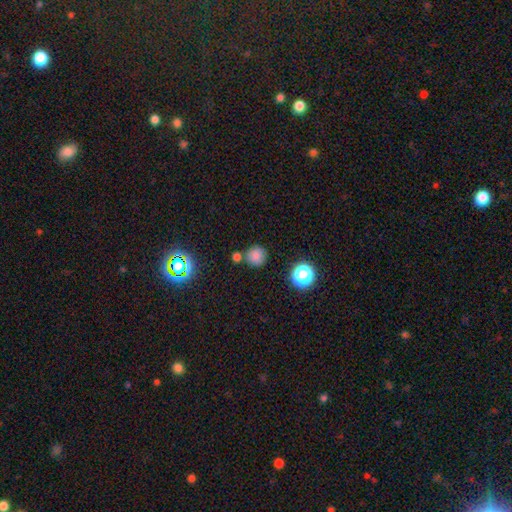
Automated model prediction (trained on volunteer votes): This is likely a smooth galaxy (78%). How rounded: clearly round (93%). Merging: likely none (75%).